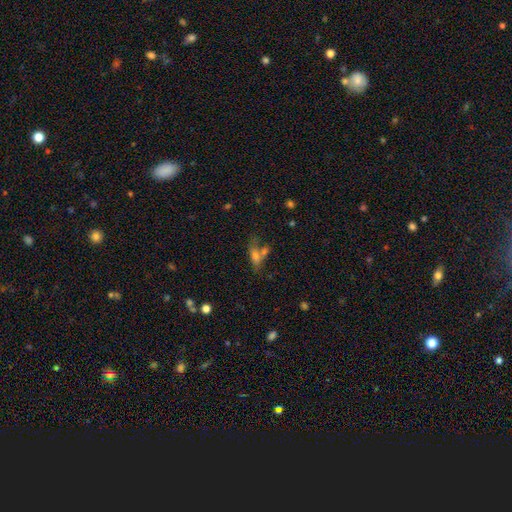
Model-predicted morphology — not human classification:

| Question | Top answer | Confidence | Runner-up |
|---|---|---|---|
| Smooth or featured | smooth | 60% | featured or disk (27%) |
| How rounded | in between | 65% | cigar-shaped (28%) |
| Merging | none | 41% | merger (34%) |